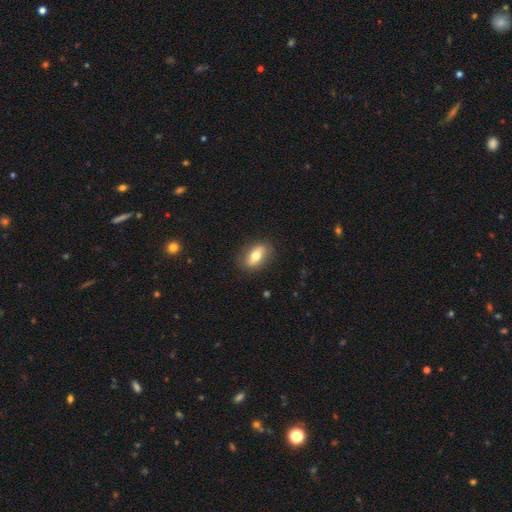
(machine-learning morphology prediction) smooth_or_featured: smooth (p=0.68) [alt: featured or disk p=0.25]
how_rounded: in between (p=0.82) [alt: cigar-shaped p=0.09]
merging: none (p=0.84) [alt: minor disturbance p=0.12]